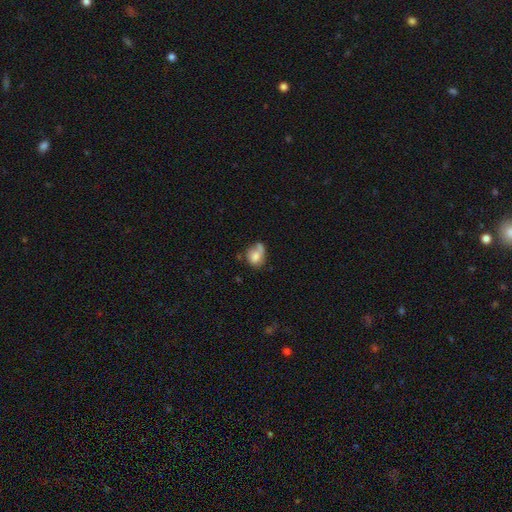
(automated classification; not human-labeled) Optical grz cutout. It shows a smooth galaxy with no disk features (72%) that is round (52%). Merging: none (35%).